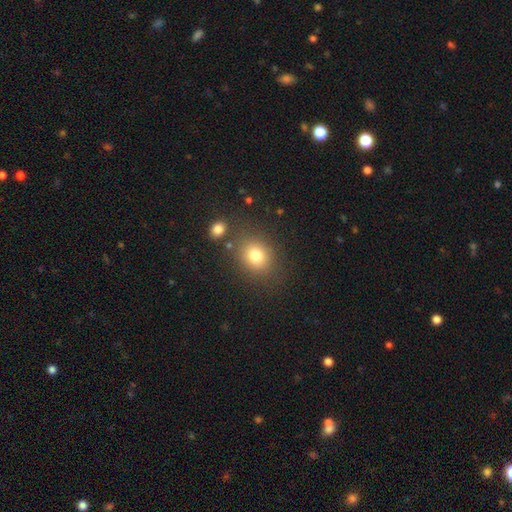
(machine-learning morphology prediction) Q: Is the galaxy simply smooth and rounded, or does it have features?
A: smooth — 78%.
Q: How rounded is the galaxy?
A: round — 64%.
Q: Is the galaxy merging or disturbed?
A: none — 78%.